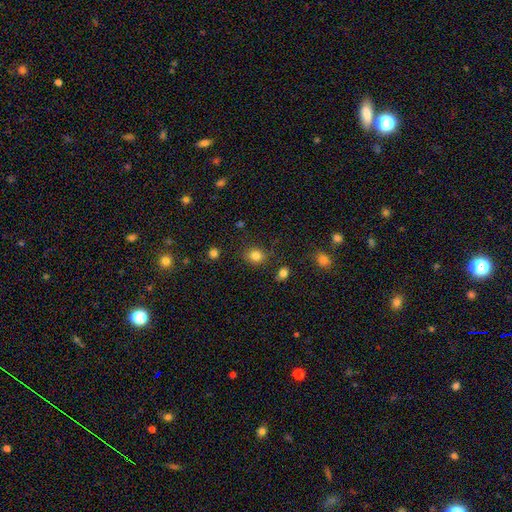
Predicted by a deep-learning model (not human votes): The model was most divided on "how rounded": round: 71%, in between: 28%, cigar-shaped: 1%. More confident: smooth or featured — smooth (81%); merging — none (81%).